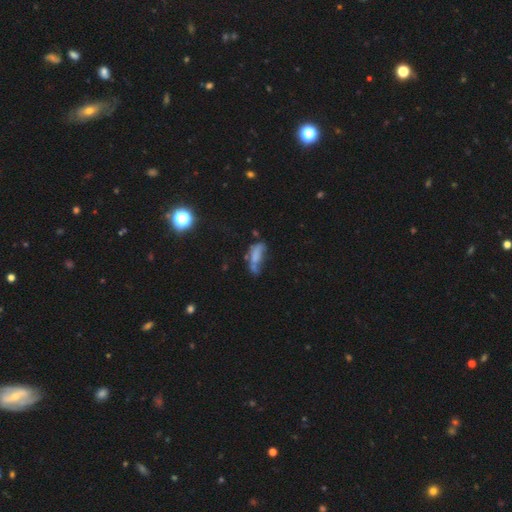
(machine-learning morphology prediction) Smooth or featured: smooth — 55% (featured or disk — 29%)
How rounded: in between — 65% (cigar-shaped — 32%)
Merging: major disturbance — 29% (none — 26%)